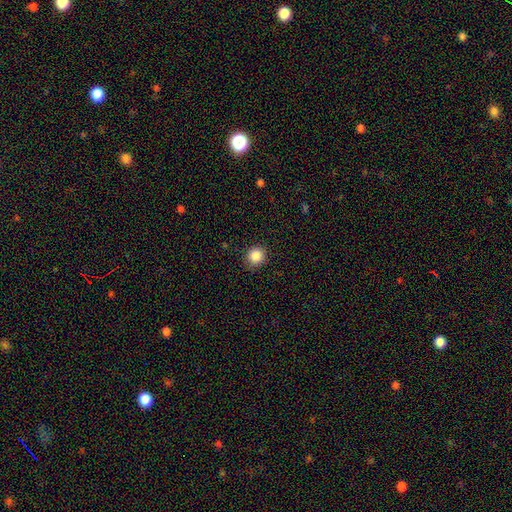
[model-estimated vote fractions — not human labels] smooth-or-featured: smooth: 87% | star or artifact: 10% | featured or disk: 4%
  how-rounded: round: 88% | in between: 11% | cigar-shaped: 1%
  merging: none: 89% | minor disturbance: 8% | major disturbance: 2% | merger: 1%